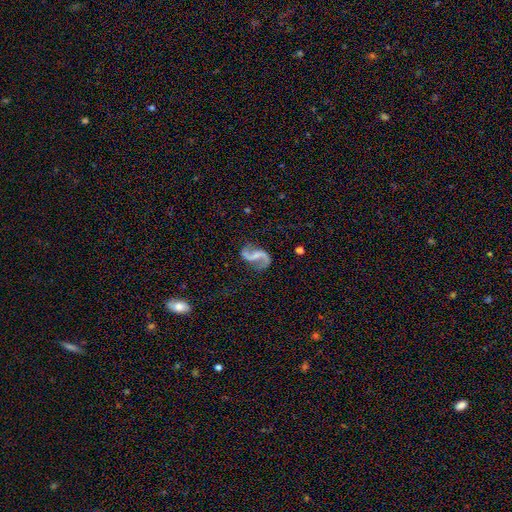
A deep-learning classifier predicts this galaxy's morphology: Q: Smooth or featured?
A: featured or disk (89%); runner-up: smooth (5%)
Q: Edge-on disk?
A: no (98%); runner-up: yes (2%)
Q: Bar?
A: weak (41%); runner-up: no (32%)
Q: Spiral arms?
A: yes (96%); runner-up: no (4%)
Q: Spiral winding?
A: loose (79%); runner-up: medium (17%)
Q: Spiral arm count?
A: 2 (93%); runner-up: 1 (2%)
Q: Bulge size?
A: none (52%); runner-up: small (32%)
Q: Merging?
A: none (77%); runner-up: minor disturbance (13%)